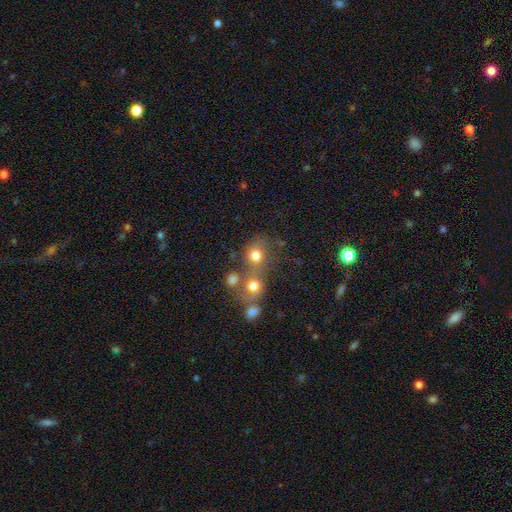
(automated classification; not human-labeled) Overall: smooth (74%). How rounded: round (76%). Merging: none (46%; merger 38%).